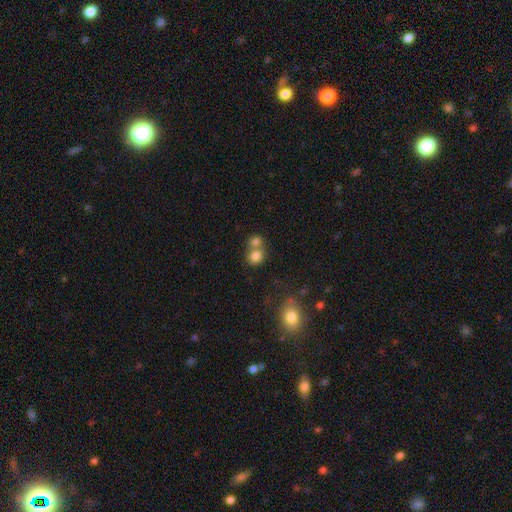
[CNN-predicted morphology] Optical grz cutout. It shows a smooth galaxy with no disk features (80%) that is round (70%). Merging: merger (50%).